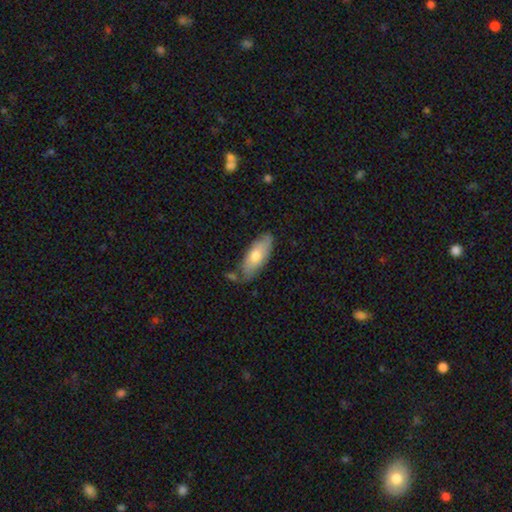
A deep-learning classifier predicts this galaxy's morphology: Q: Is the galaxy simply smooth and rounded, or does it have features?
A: smooth — 68%.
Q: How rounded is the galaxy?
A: in between — 74%.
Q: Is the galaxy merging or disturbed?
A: none — 71%.